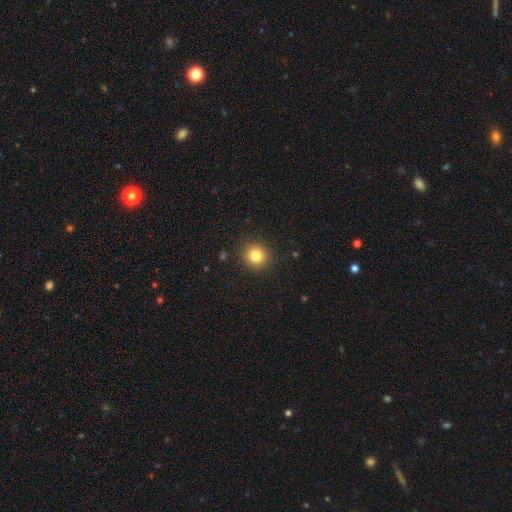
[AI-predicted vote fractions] The model was most divided on "smooth or featured": smooth: 82%, star or artifact: 11%, featured or disk: 7%. More confident: merging — none (90%); how rounded — round (89%).